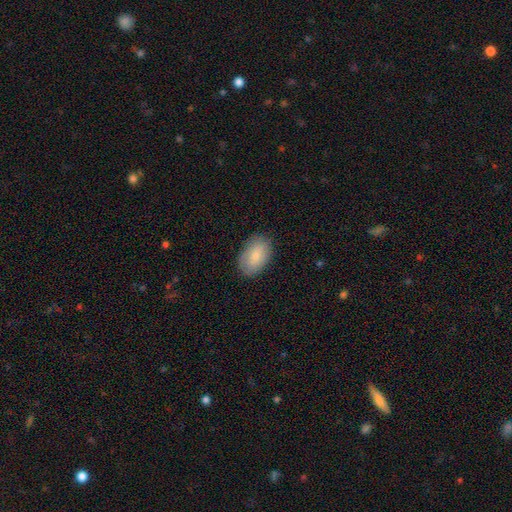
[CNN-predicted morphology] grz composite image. It shows a smooth galaxy with no disk features (78%) that is in between round and cigar-shaped (91%). Merging: none (84%).